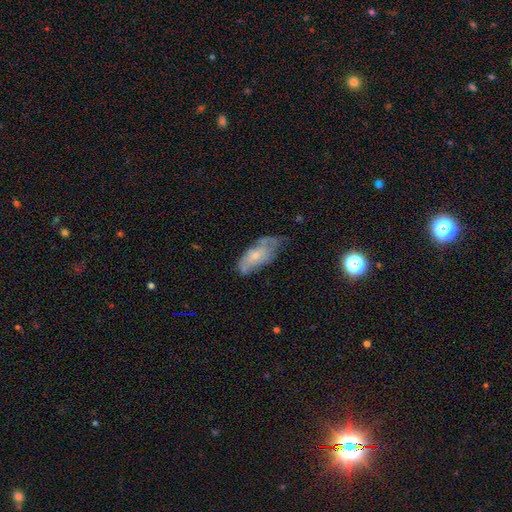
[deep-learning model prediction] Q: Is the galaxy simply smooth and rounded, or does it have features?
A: featured or disk — 49%.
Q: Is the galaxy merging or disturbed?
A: none — 45%.